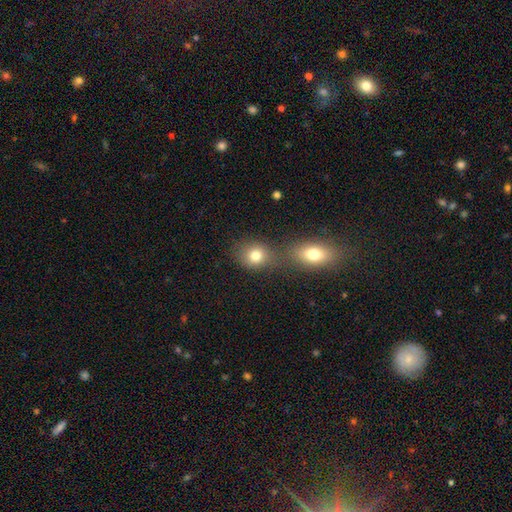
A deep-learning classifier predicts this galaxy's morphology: The model was most divided on "merging": none: 49%, merger: 39%, minor disturbance: 8%, major disturbance: 4%. More confident: smooth or featured — smooth (79%); how rounded — round (66%).